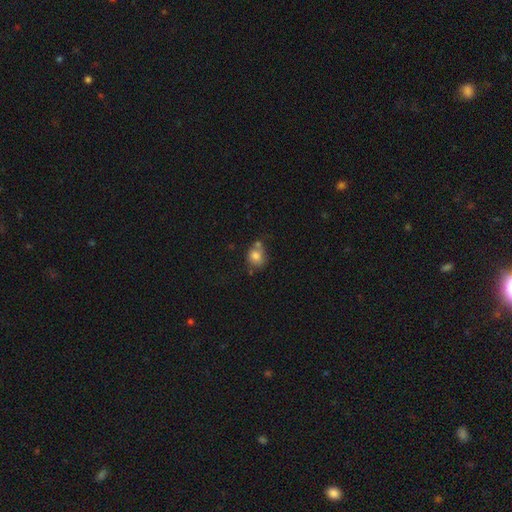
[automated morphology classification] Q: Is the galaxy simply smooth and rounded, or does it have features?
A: smooth — 79%.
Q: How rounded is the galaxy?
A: round — 69%.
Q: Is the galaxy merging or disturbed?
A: none — 49%.